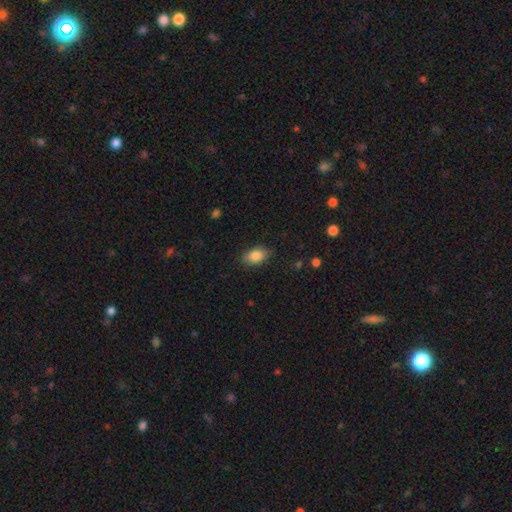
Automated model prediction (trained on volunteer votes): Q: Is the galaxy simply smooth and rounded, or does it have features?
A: smooth — 85%.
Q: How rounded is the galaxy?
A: in between — 89%.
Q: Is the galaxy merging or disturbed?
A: none — 85%.